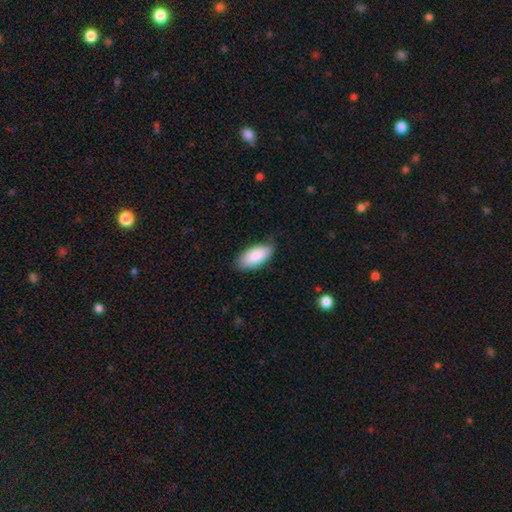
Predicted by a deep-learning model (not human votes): smooth-or-featured: smooth: 88% | featured or disk: 7% | star or artifact: 6%
  how-rounded: in between: 93% | cigar-shaped: 5% | round: 2%
  merging: none: 78% | minor disturbance: 18% | major disturbance: 3% | merger: 1%